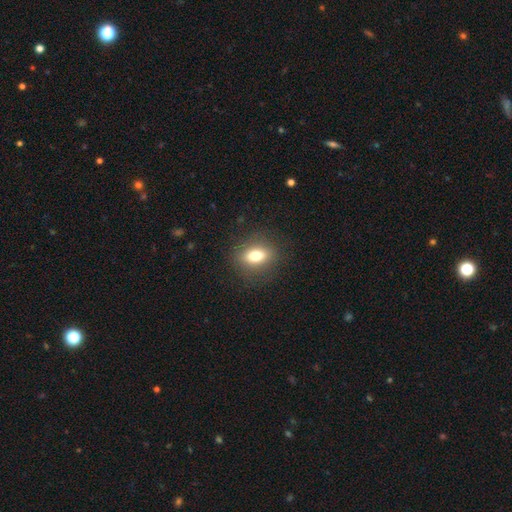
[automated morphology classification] A smooth galaxy with no disk features (75%) that is in between round and cigar-shaped (66%).

Vote fractions:
- Smooth or featured? smooth: 75% / featured or disk: 15% / star or artifact: 10%
- How rounded? in between: 66% / round: 30% / cigar-shaped: 4%
- Merging? none: 86% / minor disturbance: 9% / major disturbance: 4% / merger: 1%